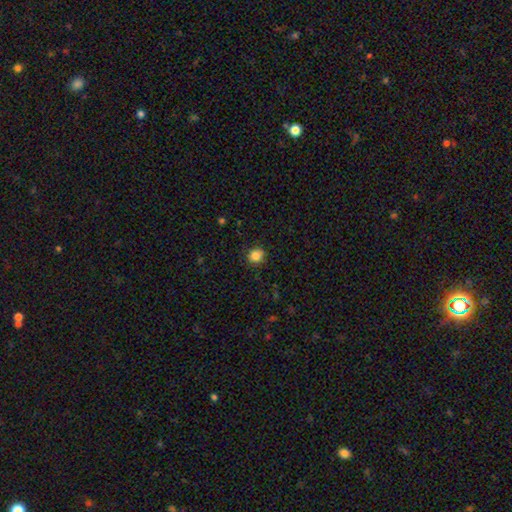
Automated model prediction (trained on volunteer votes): smooth 85%, star or artifact 11%, featured or disk 5%. Down the decision tree: how rounded — round (86%); merging — none (88%).